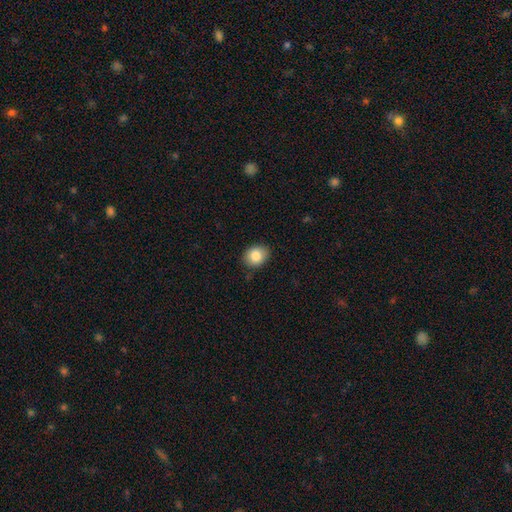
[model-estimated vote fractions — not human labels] Q: Smooth or featured?
A: smooth (85%); runner-up: star or artifact (9%)
Q: How rounded?
A: round (54%); runner-up: in between (45%)
Q: Merging?
A: none (86%); runner-up: minor disturbance (11%)